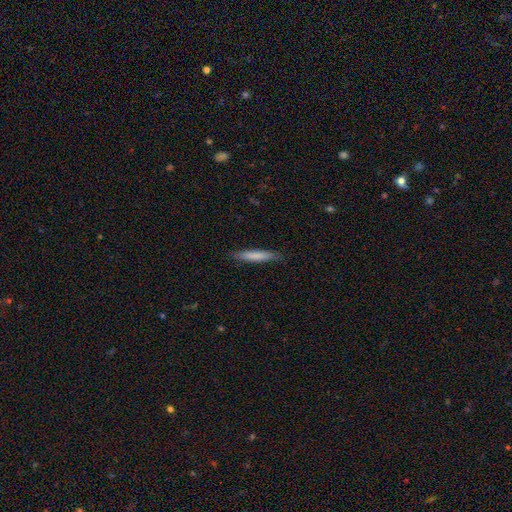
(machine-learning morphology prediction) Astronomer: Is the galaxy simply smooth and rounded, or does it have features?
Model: smooth — 77%.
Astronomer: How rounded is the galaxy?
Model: cigar-shaped — 92%.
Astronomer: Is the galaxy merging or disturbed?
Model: none — 87%.